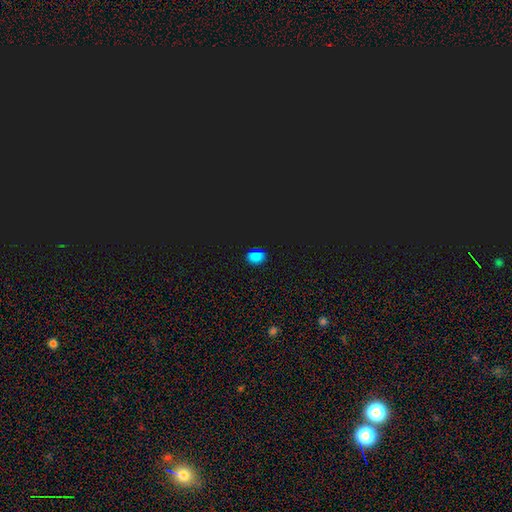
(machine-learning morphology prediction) The model was most divided on "smooth or featured": smooth: 69%, star or artifact: 27%, featured or disk: 4%. More confident: merging — none (87%); how rounded — in between (76%).